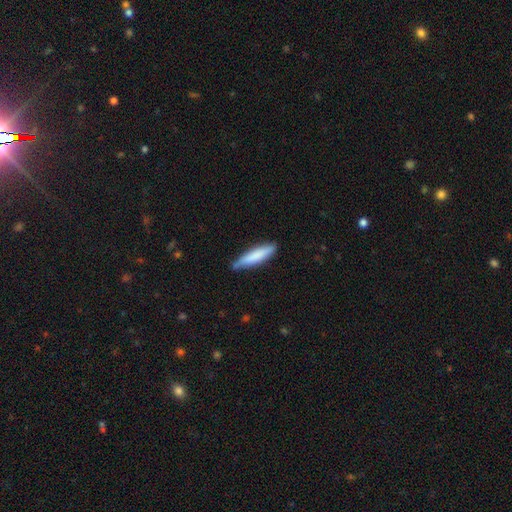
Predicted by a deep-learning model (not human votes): Q: Smooth or featured?
A: smooth (78%); runner-up: featured or disk (17%)
Q: How rounded?
A: cigar-shaped (82%); runner-up: in between (17%)
Q: Merging?
A: none (75%); runner-up: minor disturbance (21%)